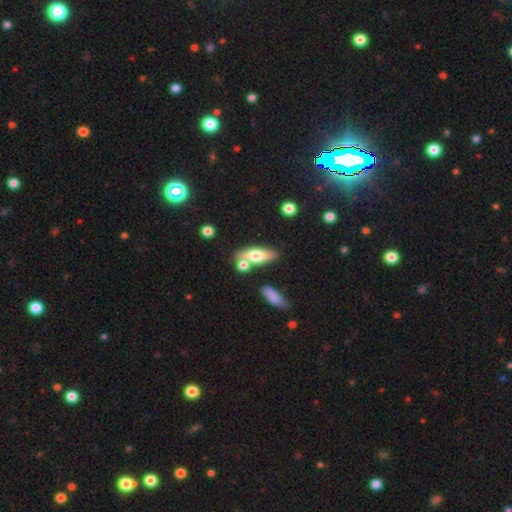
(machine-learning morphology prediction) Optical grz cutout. It shows a smooth galaxy with no disk features (54%) that is in between round and cigar-shaped (53%). Merging: none (64%).